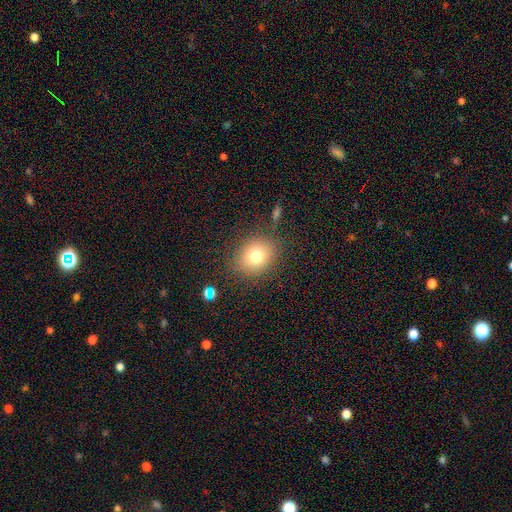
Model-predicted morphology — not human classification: Smooth or featured? Predicted: smooth (p=0.77). How rounded? Predicted: round (p=0.64). Merging? Predicted: none (p=0.82).